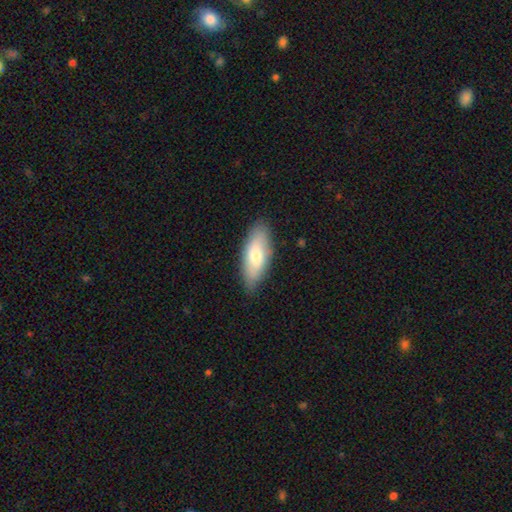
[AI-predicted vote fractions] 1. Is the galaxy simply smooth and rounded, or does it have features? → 69% smooth, 26% featured or disk, 6% star or artifact.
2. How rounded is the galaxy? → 76% in between, 22% cigar-shaped, 2% round.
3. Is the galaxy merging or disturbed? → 82% none, 14% minor disturbance, 3% major disturbance, 1% merger.